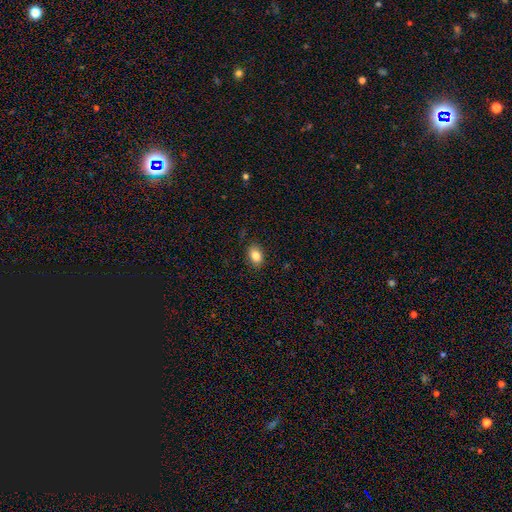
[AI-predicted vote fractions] Morphology: type=smooth (84%); roundness=in between (77%); merging=none (87%).